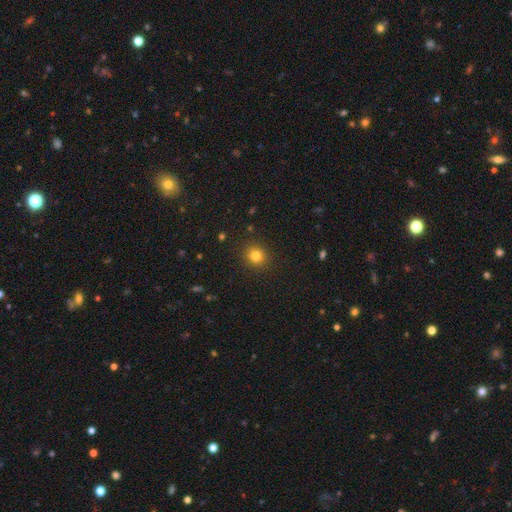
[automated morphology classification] type=smooth (81%); roundness=round (86%); merging=none (90%).